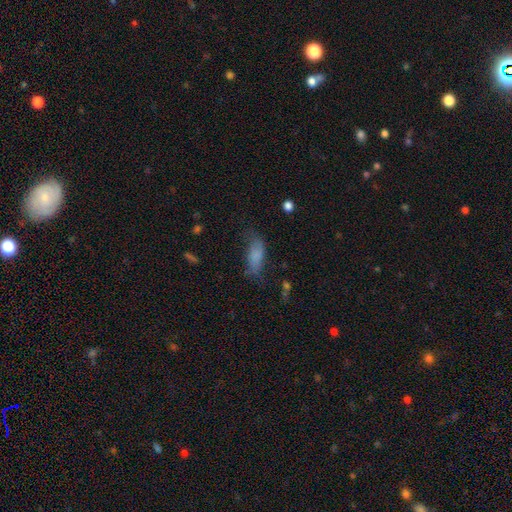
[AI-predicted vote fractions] Smooth or featured: smooth — 76% (featured or disk — 14%)
How rounded: in between — 79% (cigar-shaped — 18%)
Merging: none — 51% (minor disturbance — 29%)